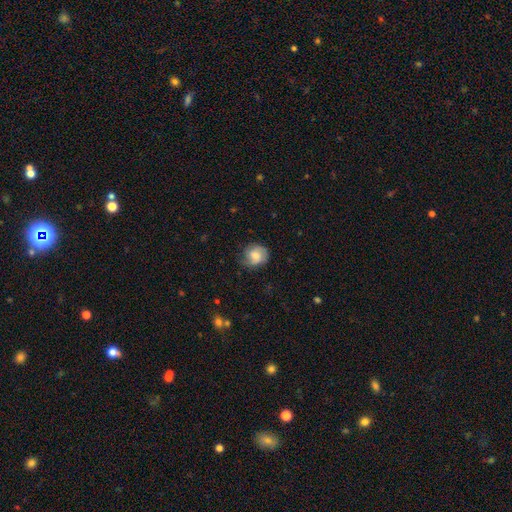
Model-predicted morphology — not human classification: Smooth or featured?
  - smooth: 64% *
  - featured or disk: 28%
  - star or artifact: 8%
How rounded?
  - round: 77% *
  - in between: 22%
  - cigar-shaped: 1%
Merging?
  - none: 66% *
  - minor disturbance: 25%
  - major disturbance: 8%
  - merger: 1%